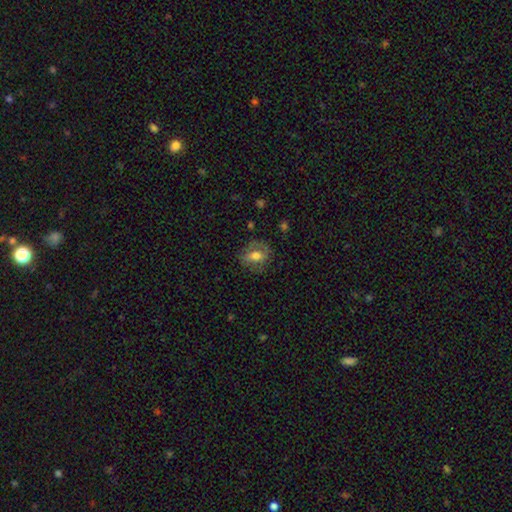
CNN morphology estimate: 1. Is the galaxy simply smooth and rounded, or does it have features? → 51% smooth, 41% featured or disk, 8% star or artifact.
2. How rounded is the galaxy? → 58% in between, 39% round, 2% cigar-shaped.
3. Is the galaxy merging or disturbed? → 68% none, 20% minor disturbance, 10% major disturbance, 1% merger.